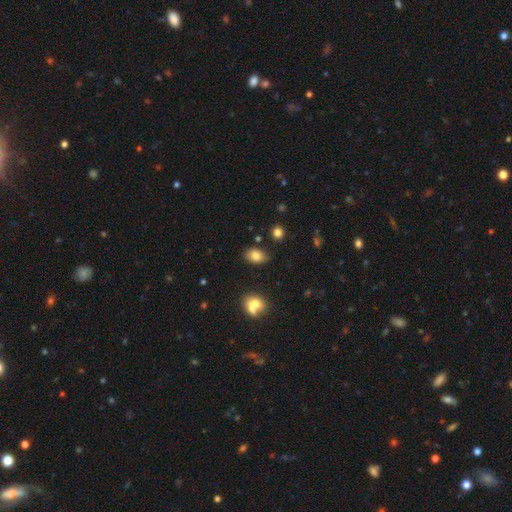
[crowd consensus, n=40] Smooth or featured? smooth (72%)
How rounded? in between (90%)
Merging? none (68%)